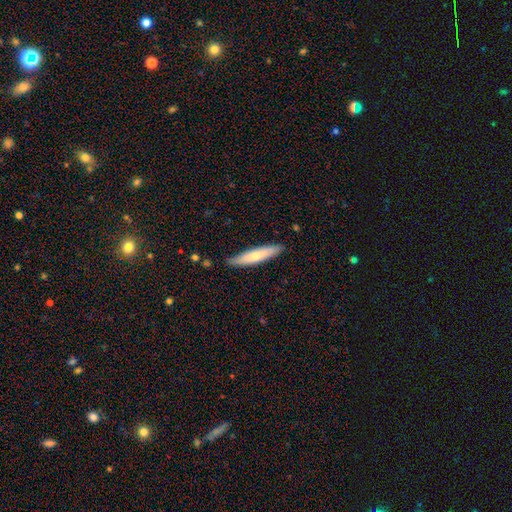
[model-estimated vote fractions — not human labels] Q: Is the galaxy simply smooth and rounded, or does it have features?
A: smooth — 65%.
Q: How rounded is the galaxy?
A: cigar-shaped — 84%.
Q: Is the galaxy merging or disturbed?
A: none — 86%.